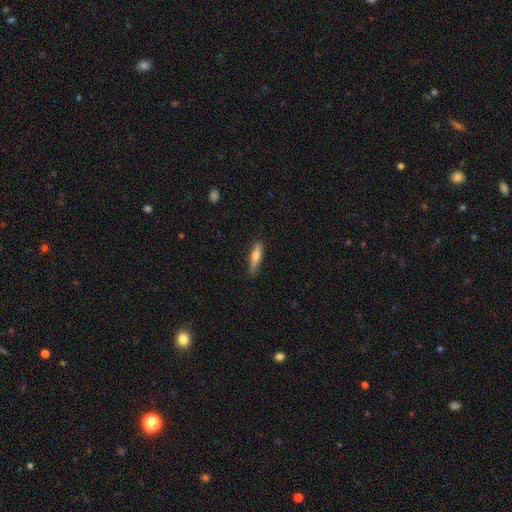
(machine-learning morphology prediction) Smooth or featured: smooth — 67% (featured or disk — 27%)
How rounded: cigar-shaped — 75% (in between — 23%)
Merging: none — 84% (minor disturbance — 13%)